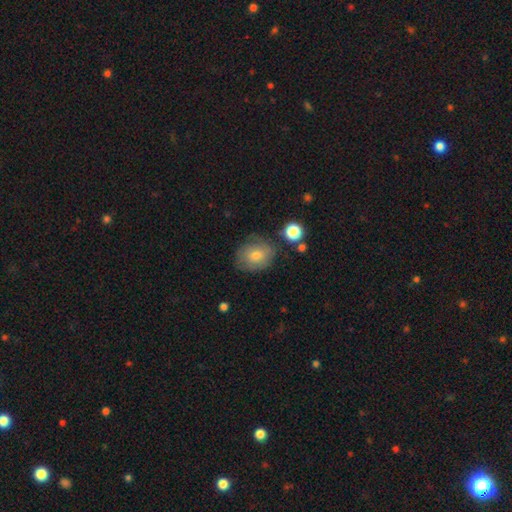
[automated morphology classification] A smooth galaxy with no disk features (70%) that is round (58%).

Vote fractions:
- Smooth or featured? smooth: 70% / featured or disk: 21% / star or artifact: 10%
- How rounded? round: 58% / in between: 41% / cigar-shaped: 1%
- Merging? none: 69% / minor disturbance: 21% / major disturbance: 6% / merger: 3%